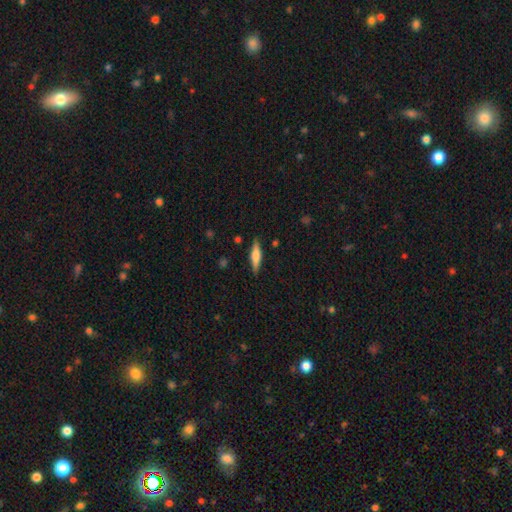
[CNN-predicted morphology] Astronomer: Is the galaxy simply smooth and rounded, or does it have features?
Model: smooth — 52% (runner-up: featured or disk, 41%).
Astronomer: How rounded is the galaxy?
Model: cigar-shaped — 74%.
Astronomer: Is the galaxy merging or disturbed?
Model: none — 87%.